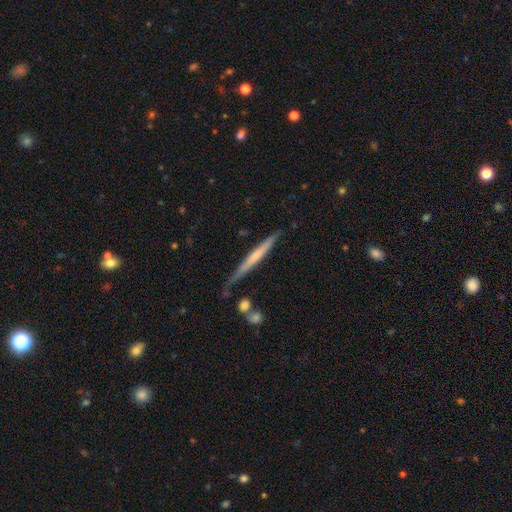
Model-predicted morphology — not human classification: Smooth or featured: featured or disk — 54% (smooth — 40%)
Edge-on disk: yes — 96% (no — 4%)
Edge-on bulge: none — 60% (rounded — 33%)
Merging: none — 74% (minor disturbance — 18%)